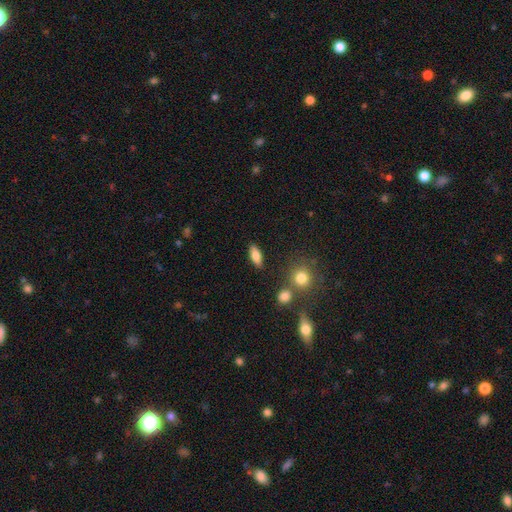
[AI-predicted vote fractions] smooth 78%, featured or disk 14%, star or artifact 8%. Down the decision tree: how rounded — in between (72%); merging — none (84%).